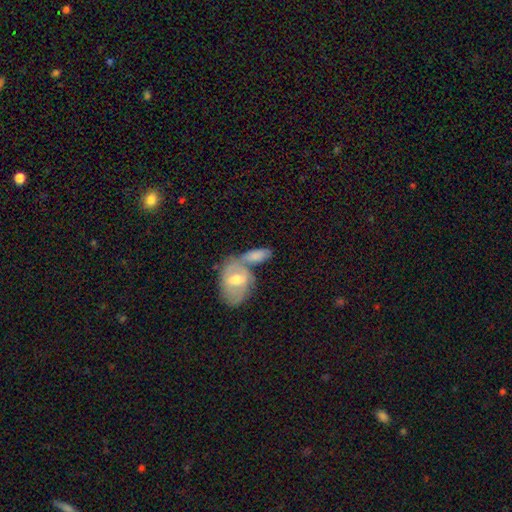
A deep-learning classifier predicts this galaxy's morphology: Smooth or featured? Predicted: smooth (p=0.60). How rounded? Predicted: in between (p=0.86). Merging? Predicted: merger (p=0.51).